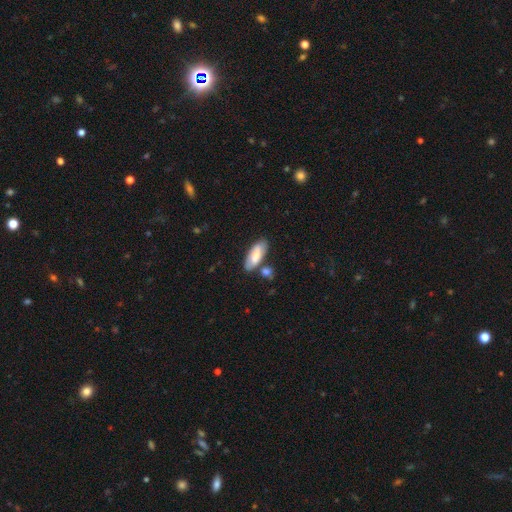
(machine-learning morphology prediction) Overall: smooth (68%). How rounded: in between (76%). Merging: none (68%).